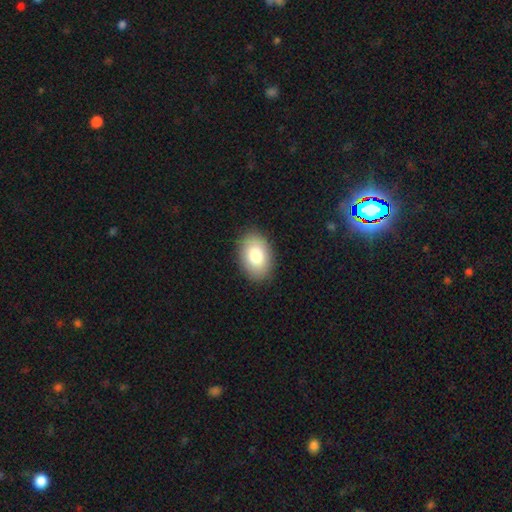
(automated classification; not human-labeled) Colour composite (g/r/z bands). It shows a smooth galaxy with no disk features (81%) that is in between round and cigar-shaped (86%). Merging: none (89%).